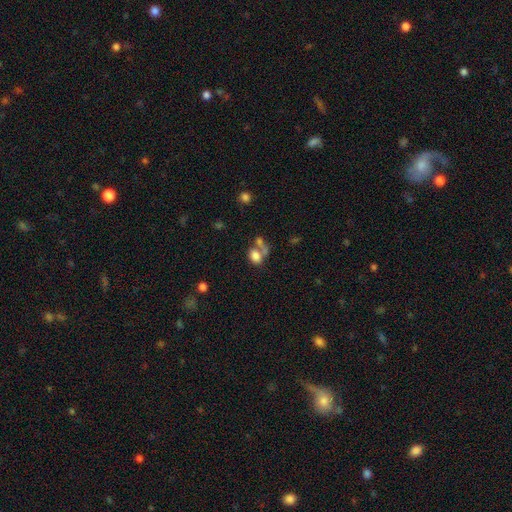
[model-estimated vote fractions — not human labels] This appears to be a smooth galaxy with no disk features (76%) that is in between round and cigar-shaped (73%). Merging: merger (45%).